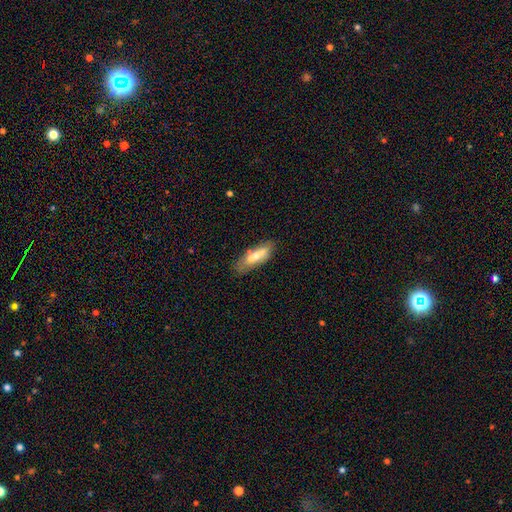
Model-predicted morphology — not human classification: The model was most divided on "how rounded": in between: 54%, cigar-shaped: 44%, round: 2%. More confident: merging — none (68%); smooth or featured — smooth (59%).